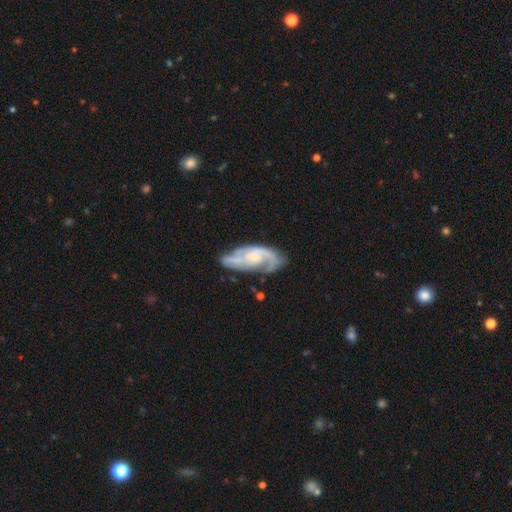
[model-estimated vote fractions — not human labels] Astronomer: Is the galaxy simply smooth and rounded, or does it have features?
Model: featured or disk — 83%.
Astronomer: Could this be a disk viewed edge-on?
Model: no — 96%.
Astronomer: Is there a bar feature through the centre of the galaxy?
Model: no — 62%.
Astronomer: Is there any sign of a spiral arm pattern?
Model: yes — 94%.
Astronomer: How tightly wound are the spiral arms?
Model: medium — 47% (runner-up: tight, 32%).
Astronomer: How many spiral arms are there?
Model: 2 — 63%.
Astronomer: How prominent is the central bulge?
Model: small — 59%.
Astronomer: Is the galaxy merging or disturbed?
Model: none — 57%.